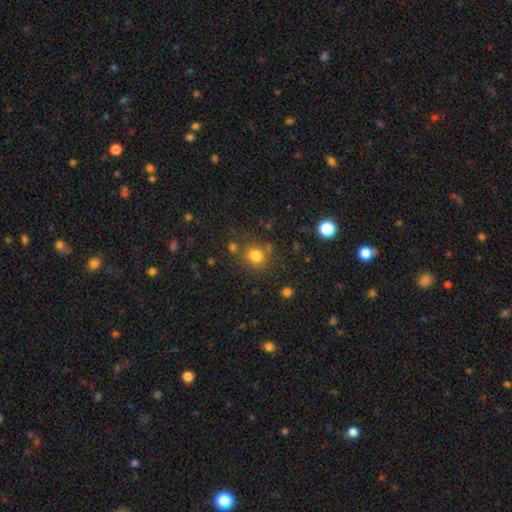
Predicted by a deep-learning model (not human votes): The model was most divided on "merging": none: 72%, minor disturbance: 13%, merger: 9%, major disturbance: 5%. More confident: how rounded — round (82%); smooth or featured — smooth (78%).